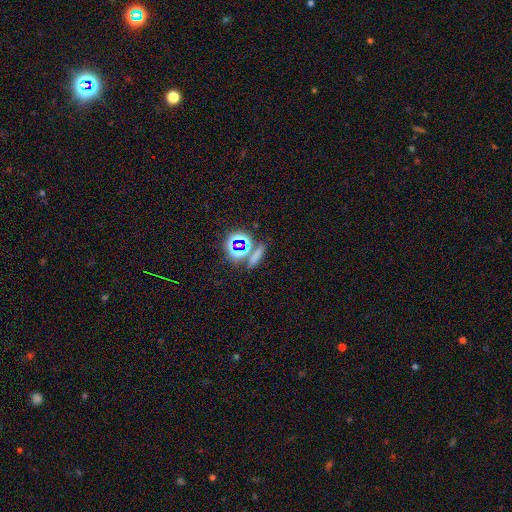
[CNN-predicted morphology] smooth-or-featured: smooth: 52% | star or artifact: 36% | featured or disk: 12%
  how-rounded: cigar-shaped: 57% | in between: 23% | round: 20%
  merging: none: 73% | merger: 13% | minor disturbance: 9% | major disturbance: 4%